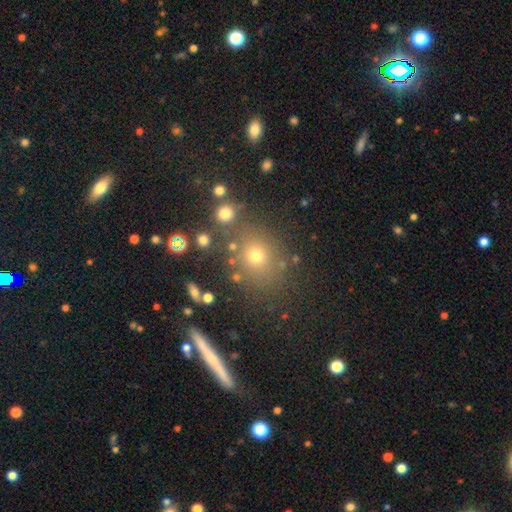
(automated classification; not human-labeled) A smooth galaxy with no disk features (58%) that is round (74%).

Vote fractions:
- Smooth or featured? smooth: 58% / star or artifact: 28% / featured or disk: 15%
- How rounded? round: 74% / in between: 23% / cigar-shaped: 4%
- Merging? none: 79% / minor disturbance: 9% / merger: 7% / major disturbance: 4%